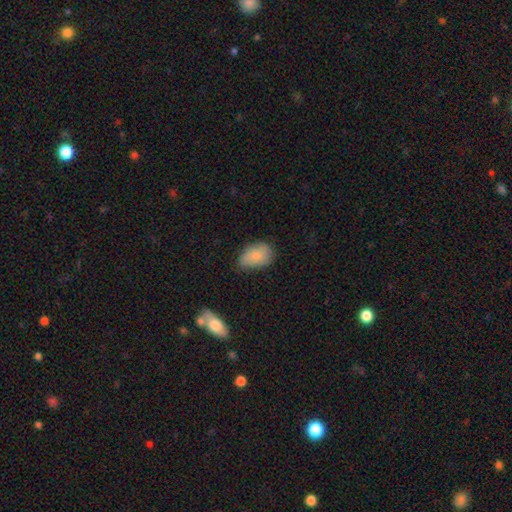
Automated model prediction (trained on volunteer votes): A smooth galaxy with no disk features (83%) that is in between round and cigar-shaped (88%).

Vote fractions:
- Smooth or featured? smooth: 83% / featured or disk: 10% / star or artifact: 7%
- How rounded? in between: 88% / round: 11% / cigar-shaped: 1%
- Merging? none: 62% / minor disturbance: 31% / major disturbance: 6% / merger: 2%